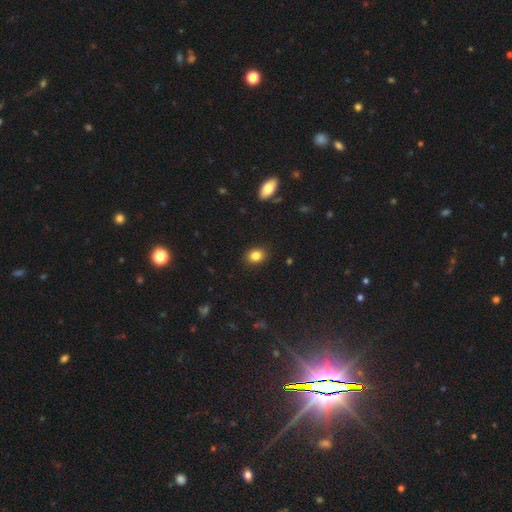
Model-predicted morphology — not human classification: Q: Smooth or featured?
A: smooth (84%); runner-up: star or artifact (10%)
Q: How rounded?
A: in between (55%); runner-up: round (43%)
Q: Merging?
A: none (89%); runner-up: minor disturbance (8%)